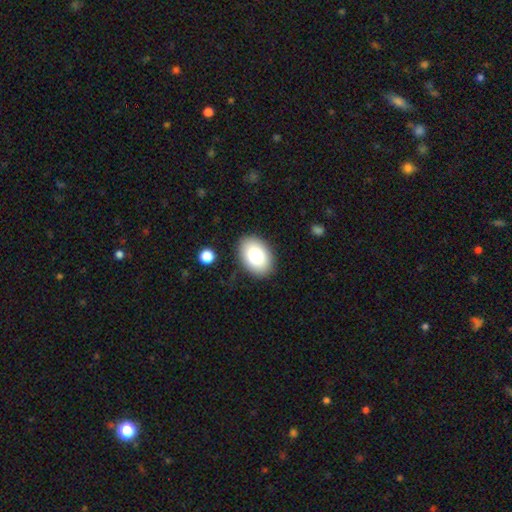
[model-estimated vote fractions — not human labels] Smooth or featured: smooth — 81% (featured or disk — 11%)
How rounded: in between — 85% (round — 14%)
Merging: none — 87% (minor disturbance — 9%)